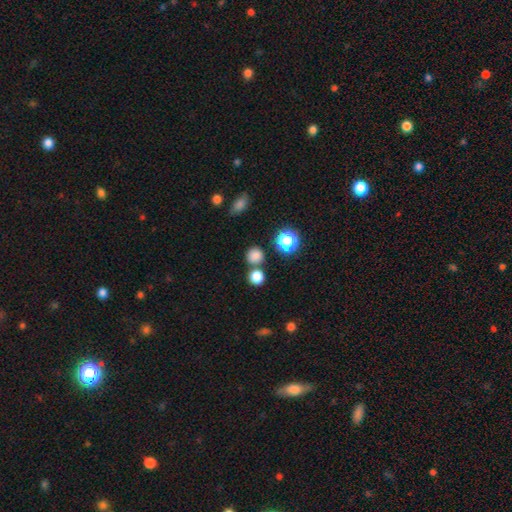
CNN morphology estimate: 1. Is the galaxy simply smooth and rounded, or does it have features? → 80% smooth, 15% star or artifact, 5% featured or disk.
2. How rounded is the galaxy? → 90% round, 9% in between, 1% cigar-shaped.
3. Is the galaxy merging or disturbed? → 72% none, 17% merger, 8% minor disturbance, 3% major disturbance.